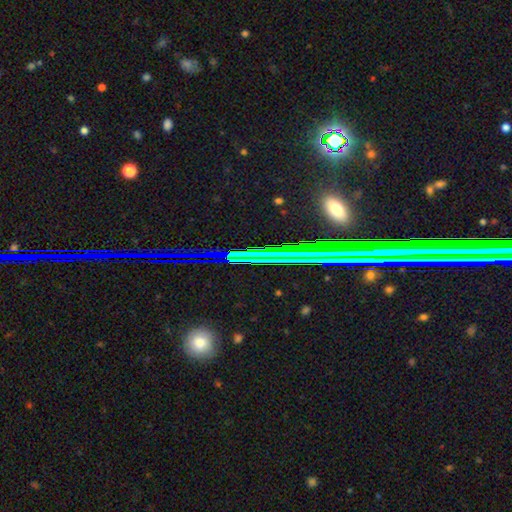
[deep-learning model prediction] star or artifact 76%, featured or disk 13%, smooth 12%.